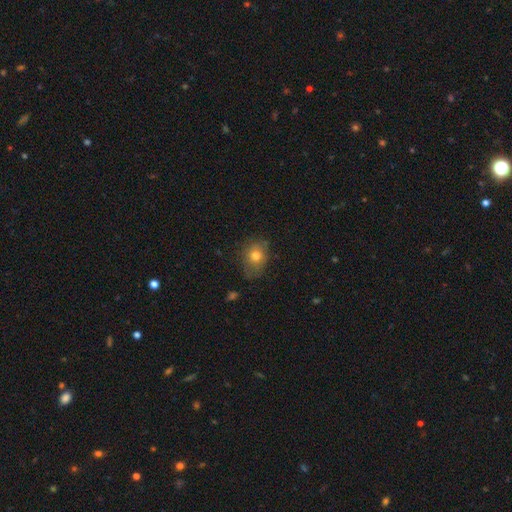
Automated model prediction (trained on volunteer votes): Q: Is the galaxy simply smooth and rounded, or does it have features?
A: smooth — 76%.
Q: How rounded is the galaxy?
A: round — 56%.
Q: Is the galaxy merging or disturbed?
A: none — 65%.